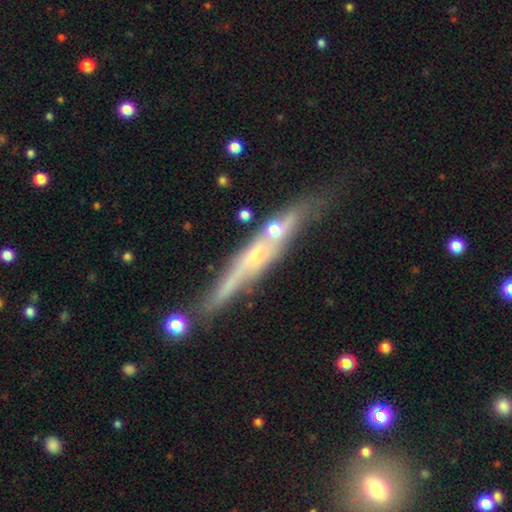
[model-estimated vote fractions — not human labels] Smooth or featured? featured or disk (71%)
Edge-on disk? yes (92%)
Edge-on bulge? rounded (52%)
Merging? none (72%)